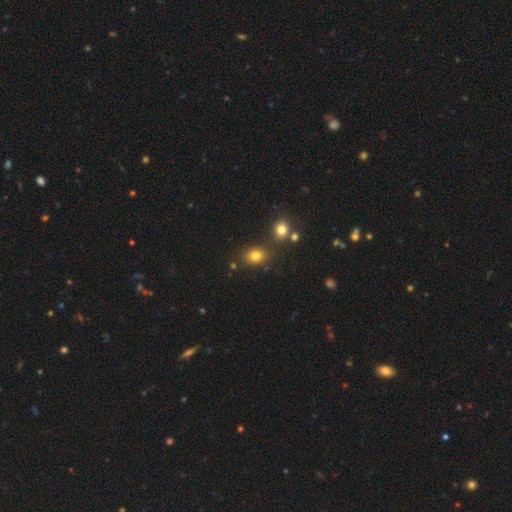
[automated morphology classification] The model was most divided on "how rounded": in between: 57%, round: 42%, cigar-shaped: 1%. More confident: smooth or featured — smooth (79%); merging — none (72%).